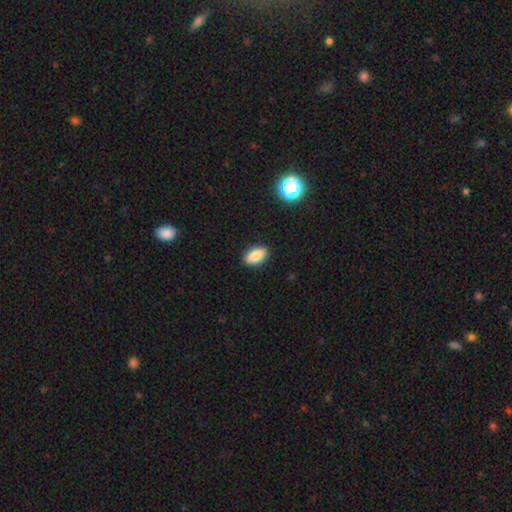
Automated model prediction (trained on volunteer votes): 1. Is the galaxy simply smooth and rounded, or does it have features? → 84% smooth, 9% star or artifact, 7% featured or disk.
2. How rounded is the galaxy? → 91% in between, 5% round, 5% cigar-shaped.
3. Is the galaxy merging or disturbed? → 89% none, 8% minor disturbance, 2% major disturbance, 1% merger.